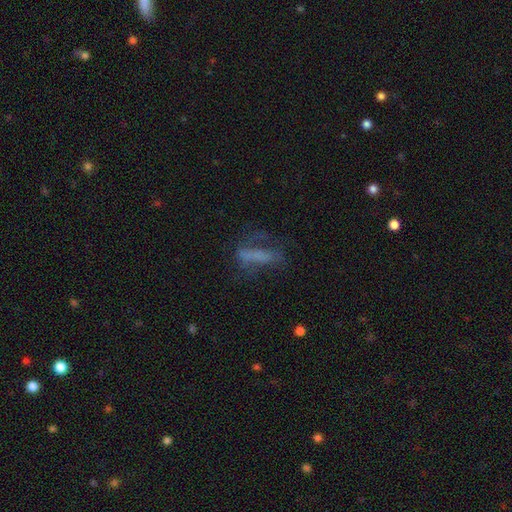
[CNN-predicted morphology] Smooth or featured? Predicted: smooth (p=0.45). Merging? Predicted: none (p=0.43).